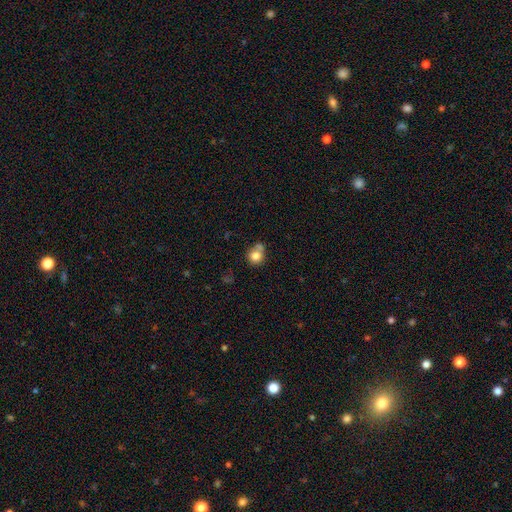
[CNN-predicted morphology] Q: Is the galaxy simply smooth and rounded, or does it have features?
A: smooth — 79%.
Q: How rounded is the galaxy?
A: round — 81%.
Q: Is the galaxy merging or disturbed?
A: none — 49%.